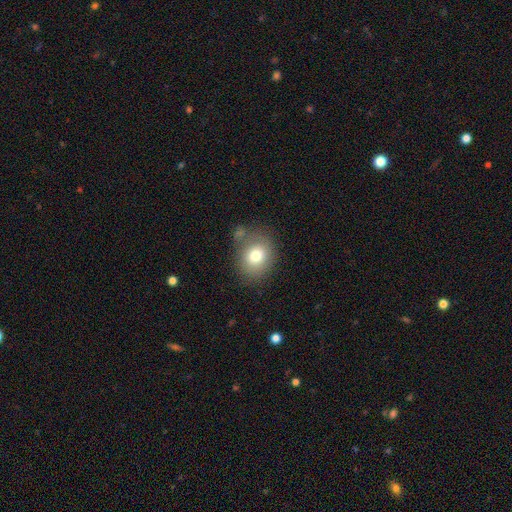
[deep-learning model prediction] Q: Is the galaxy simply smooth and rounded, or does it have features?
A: smooth — 76%.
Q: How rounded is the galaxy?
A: round — 56%.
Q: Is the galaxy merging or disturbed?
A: none — 69%.